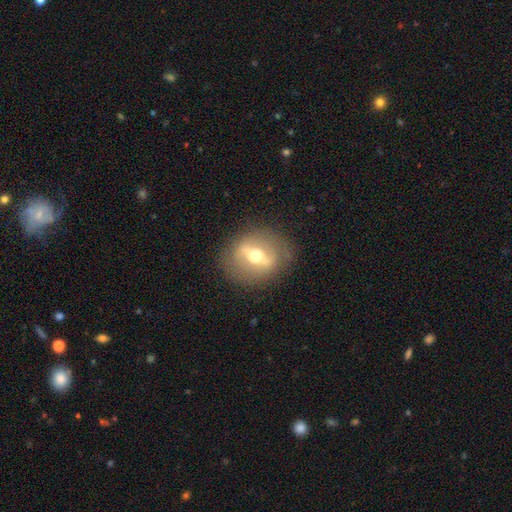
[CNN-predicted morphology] This is likely a featured or disk galaxy (69%). It is likely not viewed edge-on (75%). Bar: likely strong (67%). Spiral arm pattern: likely no (78%). Central bulge: likely moderate (70%). Merging: clearly none (81%).